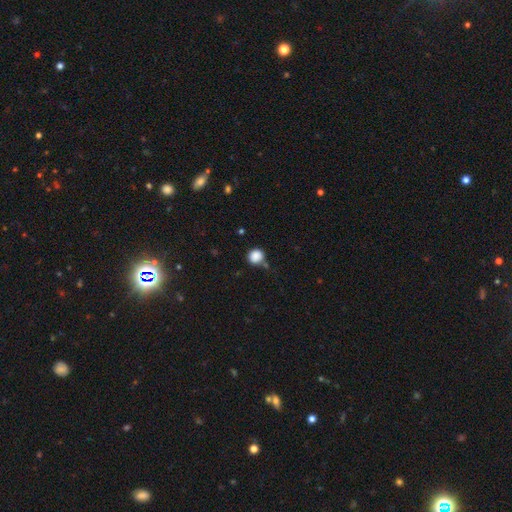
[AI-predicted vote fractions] Smooth or featured? smooth (87%)
How rounded? round (88%)
Merging? none (70%)